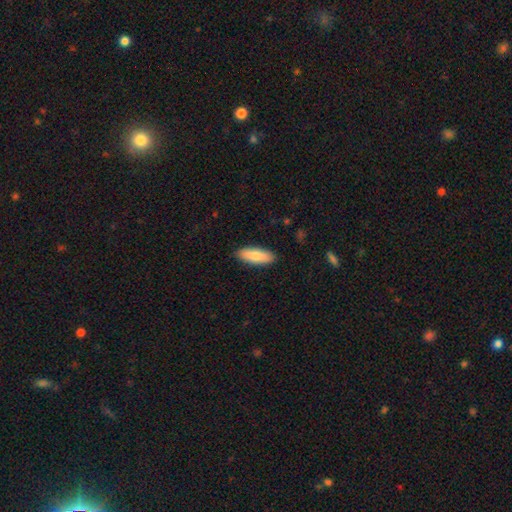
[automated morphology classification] A smooth galaxy with no disk features (79%) that is in between round and cigar-shaped (62%). Merging: none (89%).